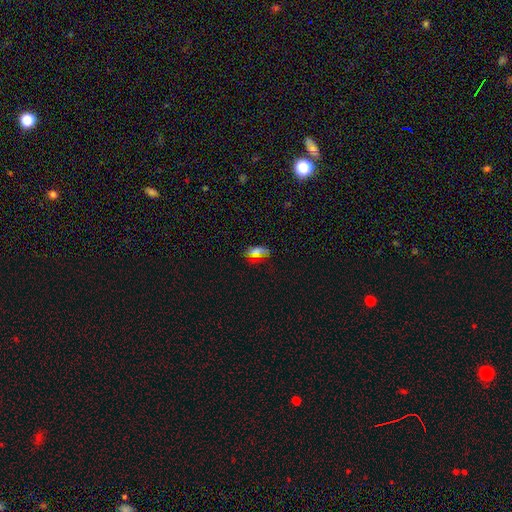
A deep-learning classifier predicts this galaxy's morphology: This is possibly a smooth galaxy (57%). How rounded: likely in between (79%). Merging: likely none (76%).